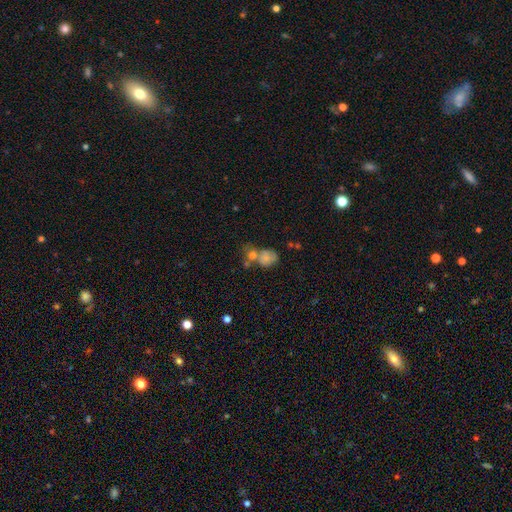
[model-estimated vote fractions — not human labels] smooth 59%, featured or disk 21%, star or artifact 20%. Down the decision tree: how rounded — round (59%); merging — merger (45%).